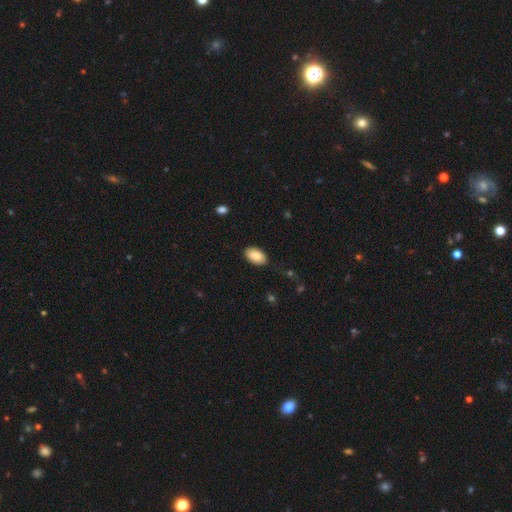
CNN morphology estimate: Smooth or featured: smooth — 89% (star or artifact — 6%)
How rounded: in between — 94% (round — 4%)
Merging: none — 84% (minor disturbance — 12%)